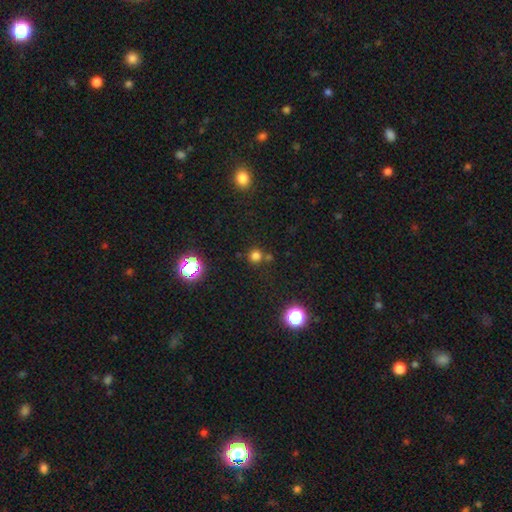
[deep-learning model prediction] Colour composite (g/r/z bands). It shows a smooth galaxy with no disk features (69%) that is round (92%). Merging: none (73%).